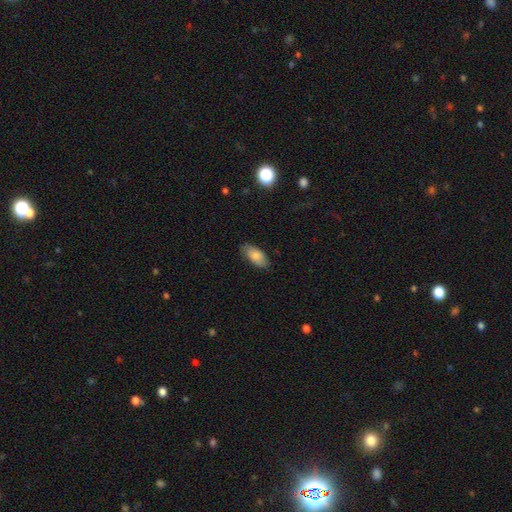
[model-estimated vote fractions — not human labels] A smooth galaxy with no disk features (82%) that is in between round and cigar-shaped (91%). Merging: none (82%).